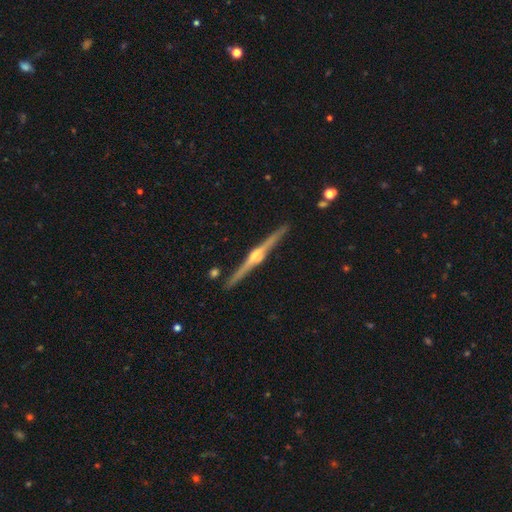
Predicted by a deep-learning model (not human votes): Smooth or featured: featured or disk — 88% (smooth — 8%)
Edge-on disk: yes — 99% (no — 1%)
Edge-on bulge: rounded — 93% (boxy — 4%)
Merging: none — 92% (minor disturbance — 6%)